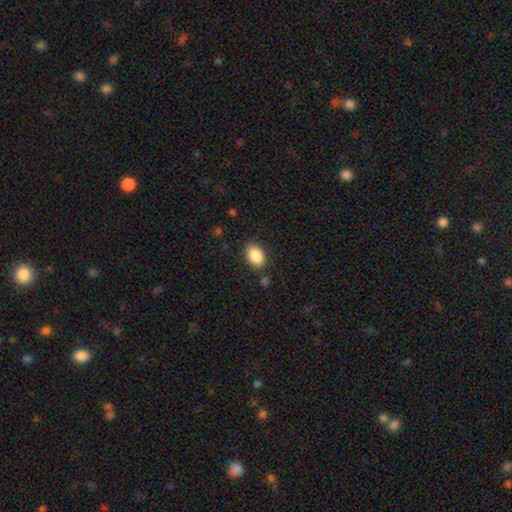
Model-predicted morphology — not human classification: The model was most divided on "merging": none: 83%, minor disturbance: 11%, major disturbance: 3%, merger: 2%. More confident: smooth or featured — smooth (88%); how rounded — in between (87%).